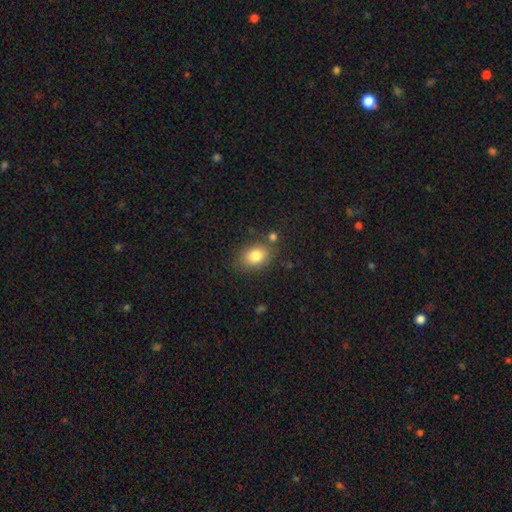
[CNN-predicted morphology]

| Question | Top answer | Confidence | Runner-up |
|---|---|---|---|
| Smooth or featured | smooth | 81% | star or artifact (9%) |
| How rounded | in between | 71% | round (28%) |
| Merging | none | 74% | minor disturbance (14%) |